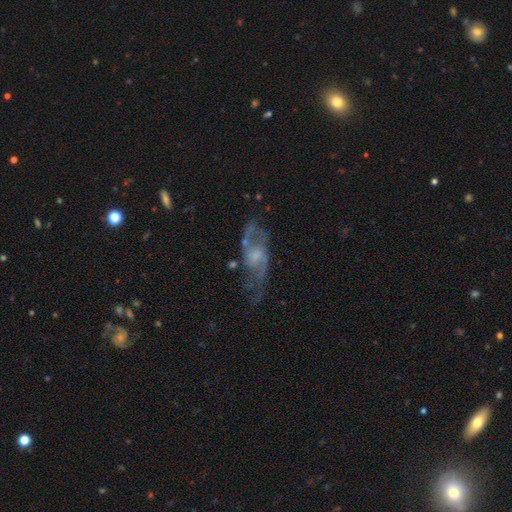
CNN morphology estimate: type=featured or disk (77%); edge-on=no (89%); bar=no (55%); spiral arms=yes (82%); winding=medium (44%); arm count=2 (72%); bulge=small (39%); merging=none (55%).